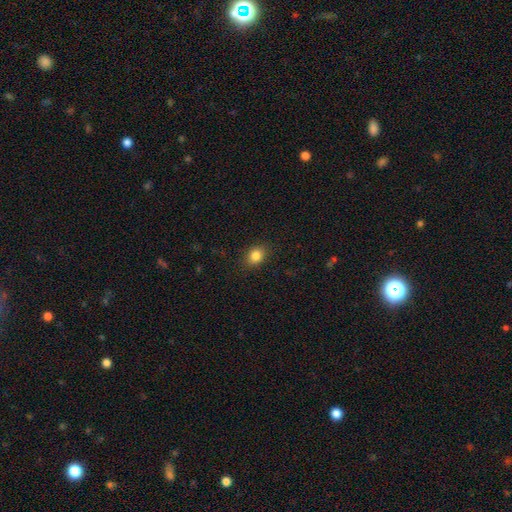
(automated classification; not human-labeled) A smooth galaxy with no disk features (84%) that is in between round and cigar-shaped (53%).

Vote fractions:
- Smooth or featured? smooth: 84% / star or artifact: 10% / featured or disk: 6%
- How rounded? in between: 53% / round: 46% / cigar-shaped: 1%
- Merging? none: 87% / minor disturbance: 9% / major disturbance: 2% / merger: 1%